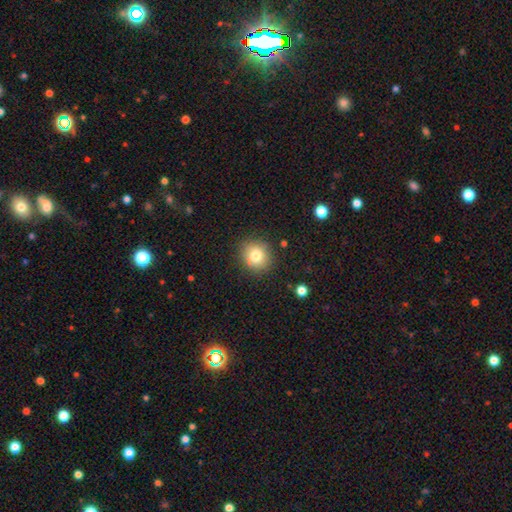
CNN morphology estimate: Smooth or featured? Predicted: smooth (p=0.79). How rounded? Predicted: round (p=0.84). Merging? Predicted: none (p=0.87).